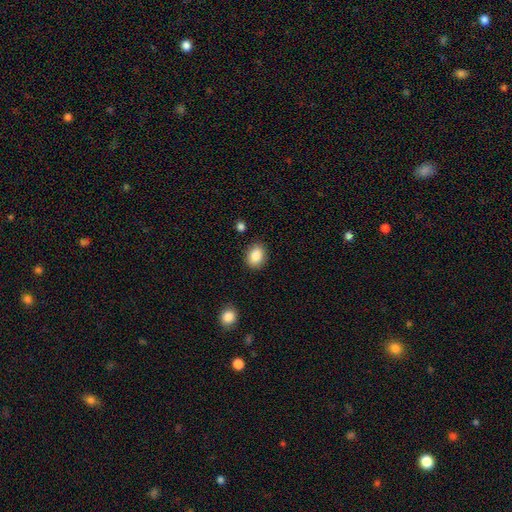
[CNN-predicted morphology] Smooth or featured? smooth (86%)
How rounded? in between (69%)
Merging? none (87%)